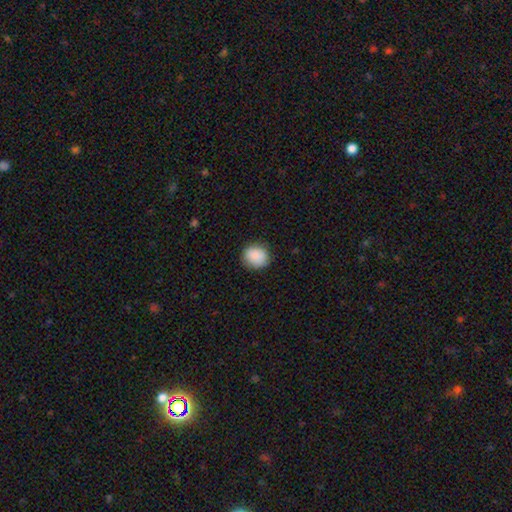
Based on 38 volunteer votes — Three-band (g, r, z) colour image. It shows a smooth galaxy with no disk features (89%) that is round (68%). Merging: none (91%).